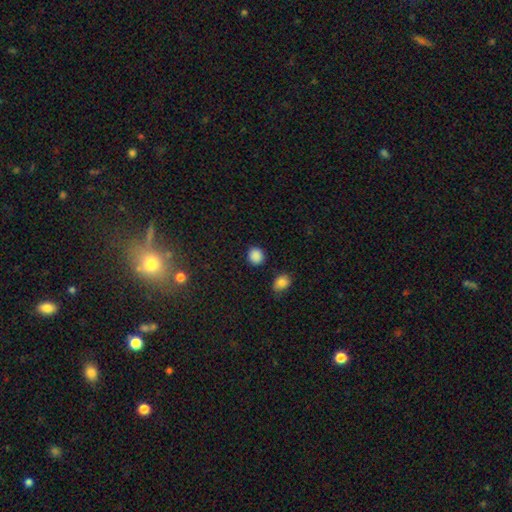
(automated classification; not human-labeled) This is clearly a smooth galaxy (87%). How rounded: clearly round (84%). Merging: clearly none (87%).